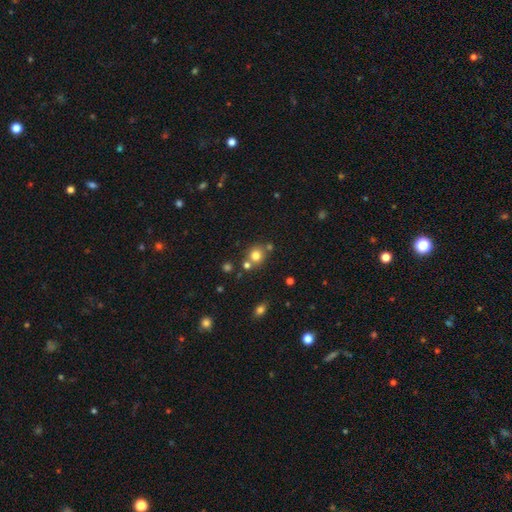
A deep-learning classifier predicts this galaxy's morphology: This appears to be a smooth galaxy with no disk features (77%) that is round (86%). Merging: none (69%).